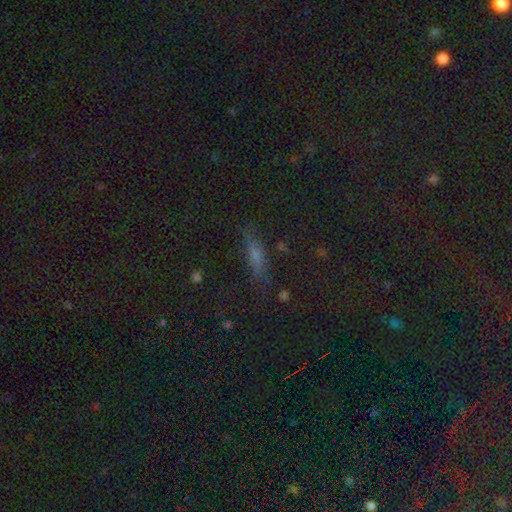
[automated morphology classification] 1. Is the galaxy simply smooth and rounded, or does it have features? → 56% smooth, 23% star or artifact, 20% featured or disk.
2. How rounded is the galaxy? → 61% cigar-shaped, 34% in between, 5% round.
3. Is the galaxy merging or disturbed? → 75% none, 16% minor disturbance, 6% major disturbance, 3% merger.